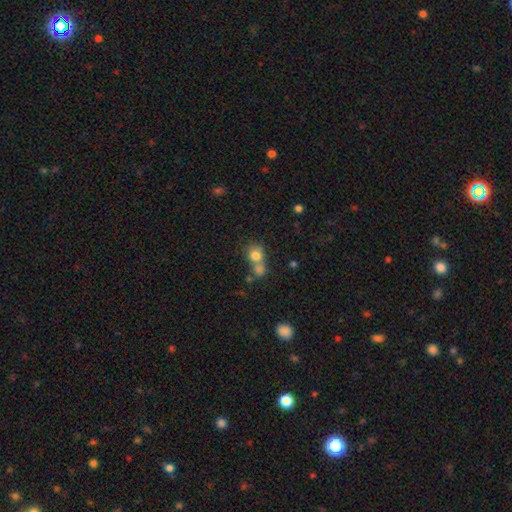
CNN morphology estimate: This appears to be a smooth galaxy with no disk features (76%) that is round (70%). Merging: merger (57%).